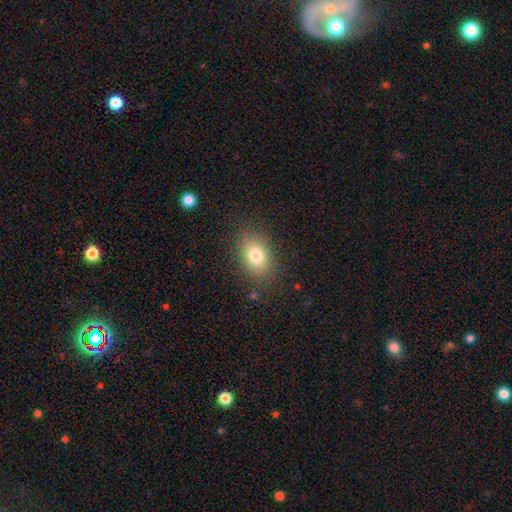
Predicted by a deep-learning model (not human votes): Morphology: type=smooth (78%); roundness=in between (80%); merging=none (84%).